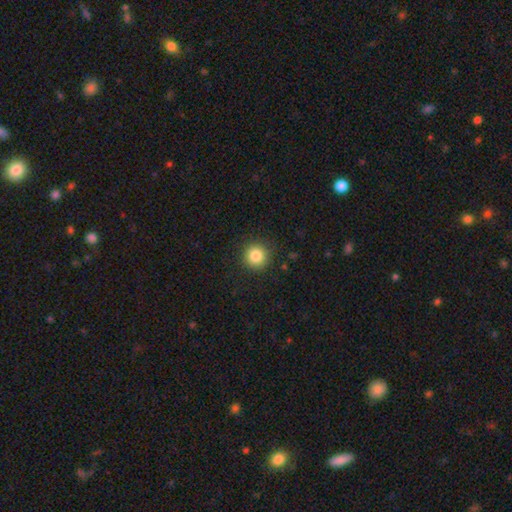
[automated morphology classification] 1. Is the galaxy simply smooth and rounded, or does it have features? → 84% smooth, 10% star or artifact, 5% featured or disk.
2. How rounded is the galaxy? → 95% round, 4% in between, 1% cigar-shaped.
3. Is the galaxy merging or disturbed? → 90% none, 7% minor disturbance, 2% major disturbance, 1% merger.